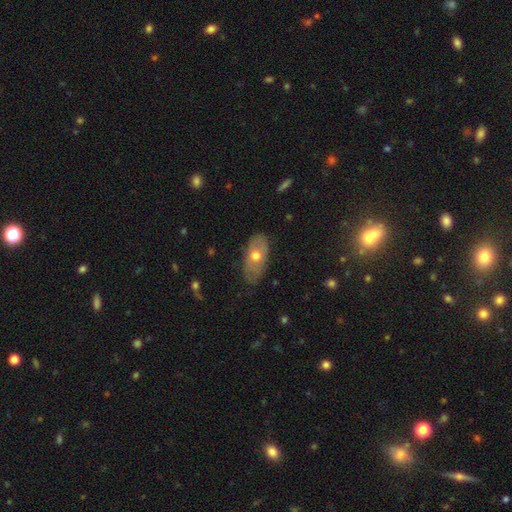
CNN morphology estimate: smooth-or-featured: featured or disk: 50% | smooth: 43% | star or artifact: 7%
  merging: none: 76% | minor disturbance: 19% | major disturbance: 4% | merger: 1%